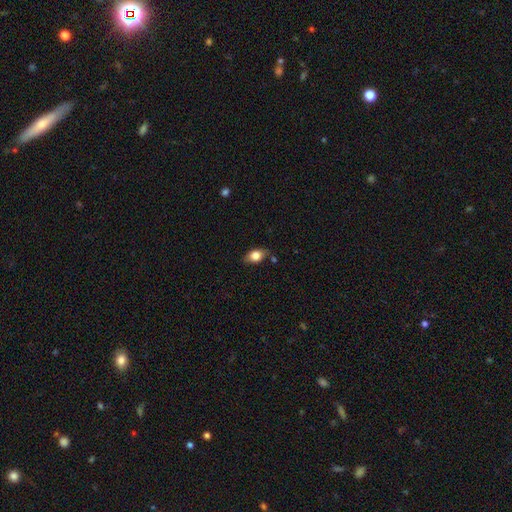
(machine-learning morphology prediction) Smooth or featured? smooth (79%)
How rounded? in between (83%)
Merging? none (76%)